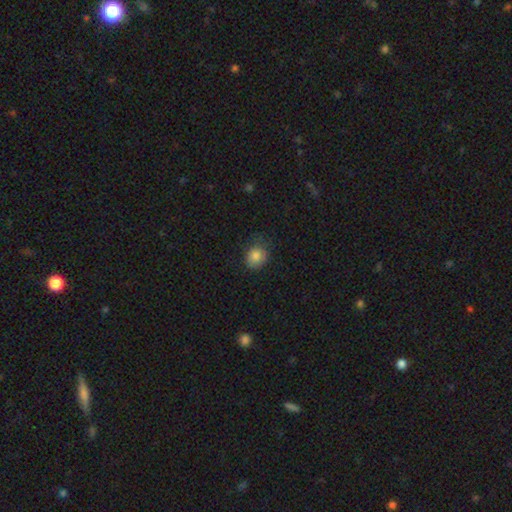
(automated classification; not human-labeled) Q: Smooth or featured?
A: smooth (83%); runner-up: star or artifact (10%)
Q: How rounded?
A: round (69%); runner-up: in between (31%)
Q: Merging?
A: none (65%); runner-up: minor disturbance (26%)